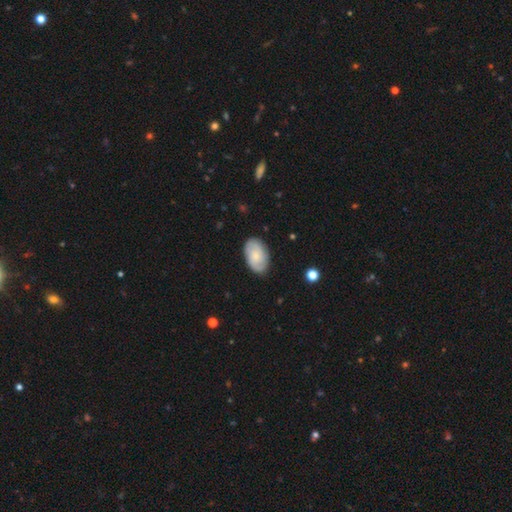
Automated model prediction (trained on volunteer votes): Q: Smooth or featured?
A: smooth (48%); runner-up: featured or disk (46%)
Q: Merging?
A: none (83%); runner-up: minor disturbance (13%)